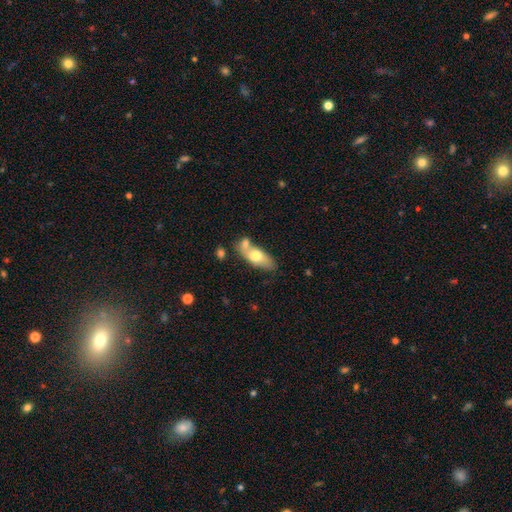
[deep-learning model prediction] A smooth galaxy with no disk features (66%) that is in between round and cigar-shaped (77%).

Vote fractions:
- Smooth or featured? smooth: 66% / featured or disk: 28% / star or artifact: 6%
- How rounded? in between: 77% / cigar-shaped: 18% / round: 4%
- Merging? none: 46% / merger: 32% / minor disturbance: 17% / major disturbance: 6%